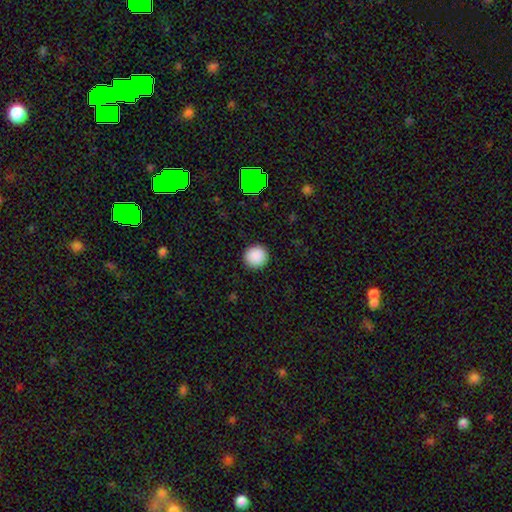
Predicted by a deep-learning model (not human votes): Smooth or featured? Predicted: smooth (p=0.88). How rounded? Predicted: round (p=0.94). Merging? Predicted: none (p=0.92).